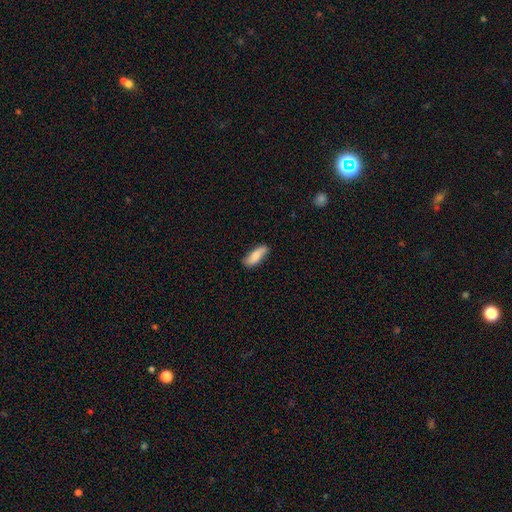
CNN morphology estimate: The model was most divided on "how rounded": in between: 67%, cigar-shaped: 30%, round: 2%. More confident: smooth or featured — smooth (75%); merging — none (74%).